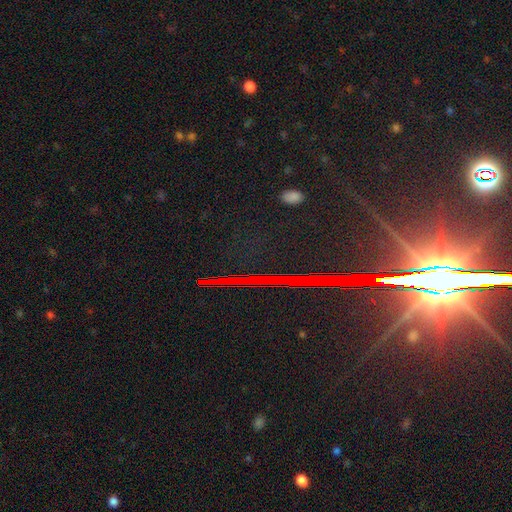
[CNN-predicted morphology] smooth_or_featured: star or artifact (p=0.77) [alt: featured or disk p=0.15]